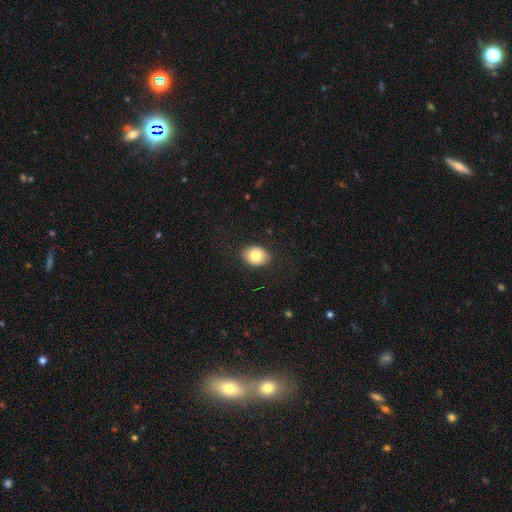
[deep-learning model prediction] smooth_or_featured: smooth (p=0.81) [alt: featured or disk p=0.11]
how_rounded: in between (p=0.60) [alt: round p=0.39]
merging: none (p=0.89) [alt: minor disturbance p=0.08]